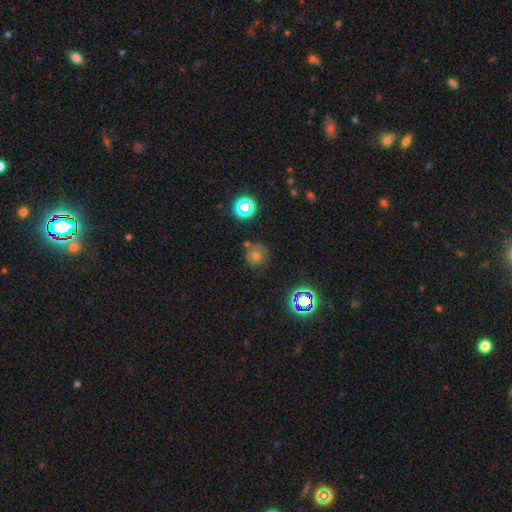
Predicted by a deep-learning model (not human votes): A smooth galaxy with no disk features (51%) that is round (89%). Merging: none (73%).